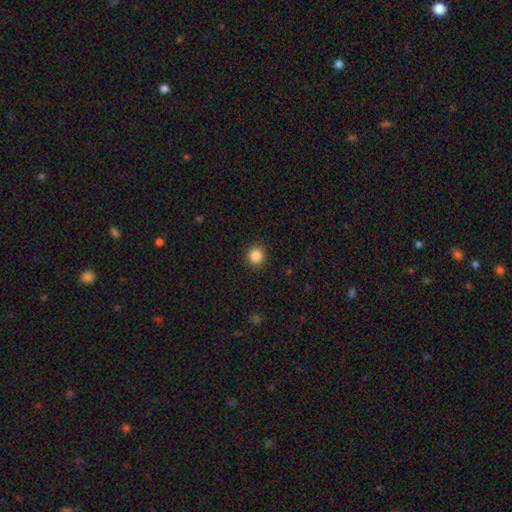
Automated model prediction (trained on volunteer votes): smooth-or-featured: smooth: 86% | star or artifact: 10% | featured or disk: 4%
  how-rounded: round: 91% | in between: 8% | cigar-shaped: 1%
  merging: none: 91% | minor disturbance: 6% | major disturbance: 2% | merger: 1%